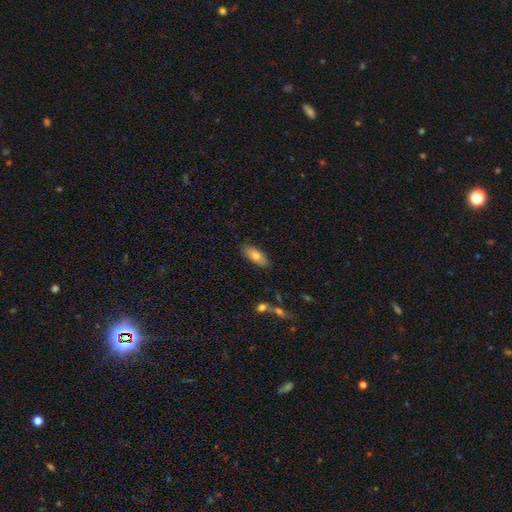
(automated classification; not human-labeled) smooth-or-featured: smooth: 75% | featured or disk: 19% | star or artifact: 7%
  how-rounded: in between: 80% | cigar-shaped: 17% | round: 2%
  merging: none: 84% | minor disturbance: 12% | major disturbance: 2% | merger: 2%